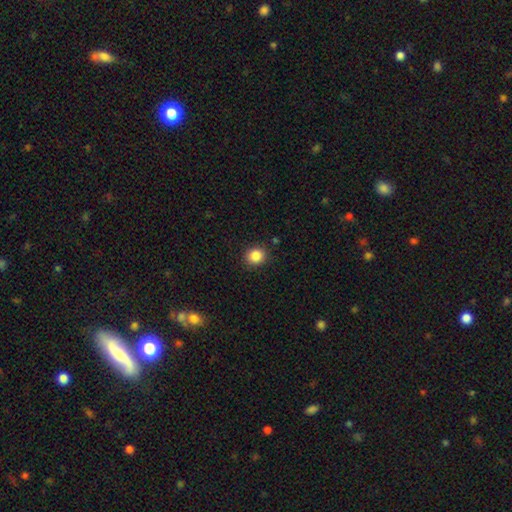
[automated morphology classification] Smooth or featured? Predicted: smooth (p=0.86). How rounded? Predicted: round (p=0.76). Merging? Predicted: none (p=0.88).